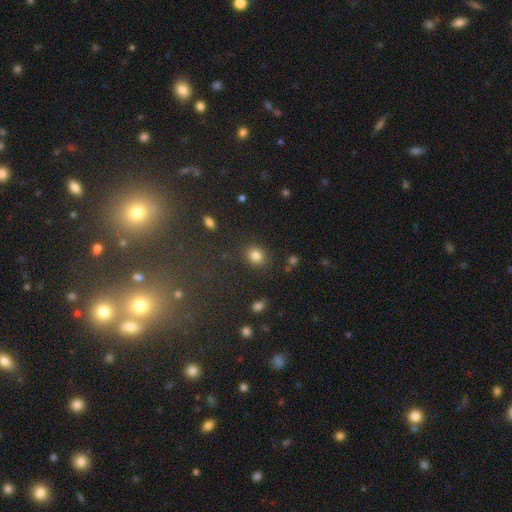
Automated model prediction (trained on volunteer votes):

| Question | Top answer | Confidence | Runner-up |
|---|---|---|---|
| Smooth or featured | smooth | 81% | star or artifact (12%) |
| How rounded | round | 64% | in between (35%) |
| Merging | none | 84% | minor disturbance (10%) |